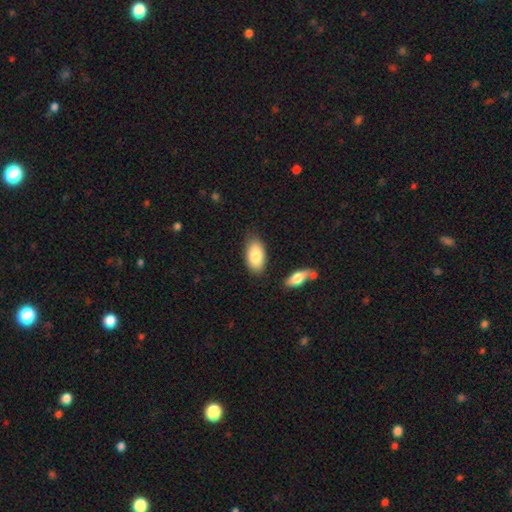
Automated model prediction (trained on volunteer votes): Smooth or featured? smooth (84%)
How rounded? in between (94%)
Merging? none (79%)